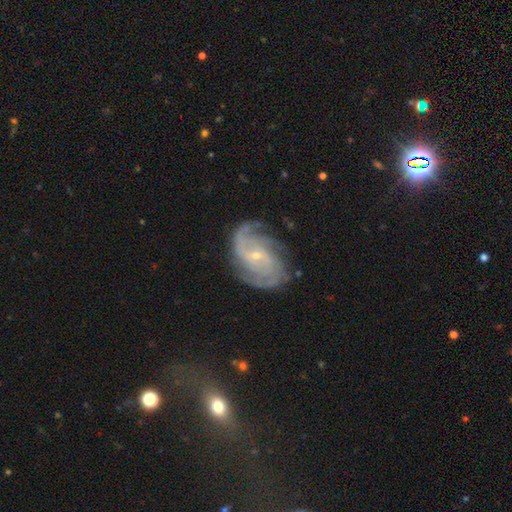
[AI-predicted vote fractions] Smooth or featured? featured or disk (87%)
Edge-on disk? no (97%)
Bar? no (49%)
Spiral arms? yes (97%)
Spiral winding? medium (45%)
Spiral arm count? 2 (40%)
Bulge size? small (81%)
Merging? none (70%)